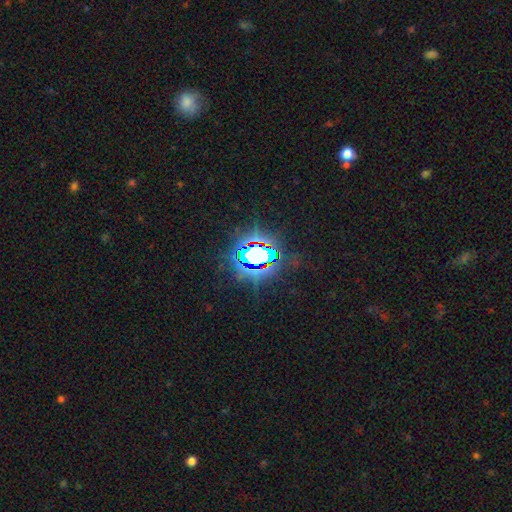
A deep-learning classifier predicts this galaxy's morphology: This is likely a star or artifact rather than a galaxy (69%).